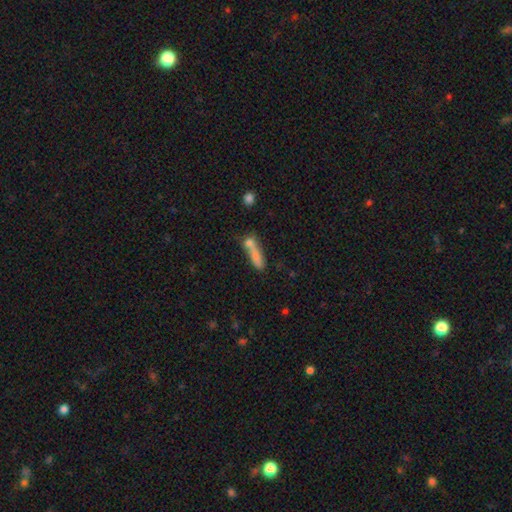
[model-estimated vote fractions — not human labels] Smooth or featured? smooth (73%)
How rounded? cigar-shaped (62%)
Merging? merger (47%)